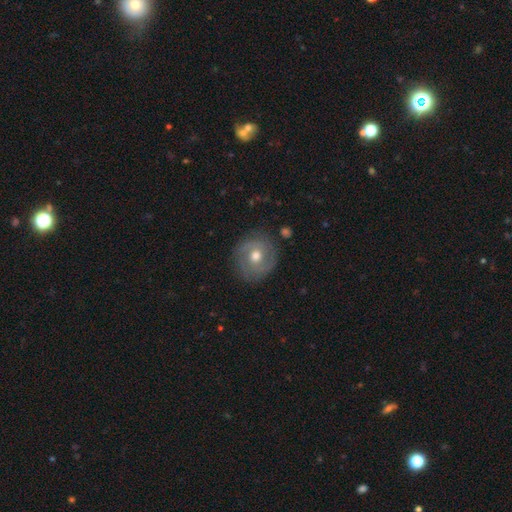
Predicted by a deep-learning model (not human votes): smooth-or-featured: featured or disk: 60% | smooth: 30% | star or artifact: 10%
  disk-edge-on: no: 97% | yes: 3%
    bar: no: 64% | weak: 29% | strong: 7%
    has-spiral-arms: yes: 76% | no: 24%
    bulge-size: moderate: 80% | small: 10% | large: 8% | dominant: 1% | none: 1%
  merging: none: 83% | minor disturbance: 12% | major disturbance: 4% | merger: 2%